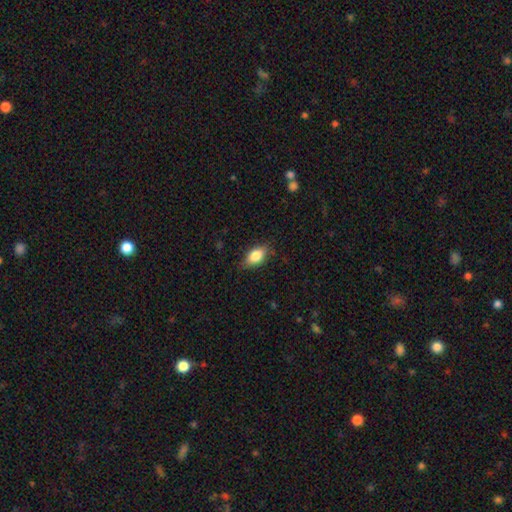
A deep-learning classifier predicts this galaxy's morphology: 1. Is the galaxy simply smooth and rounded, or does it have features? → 82% smooth, 11% featured or disk, 7% star or artifact.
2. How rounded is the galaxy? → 86% in between, 8% round, 6% cigar-shaped.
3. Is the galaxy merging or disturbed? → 79% none, 17% minor disturbance, 3% major disturbance, 1% merger.